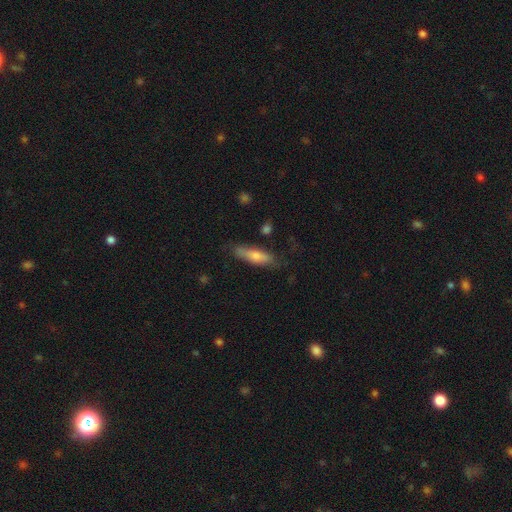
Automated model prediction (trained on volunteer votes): Morphology: type=smooth (65%); roundness=cigar-shaped (63%); merging=none (74%).